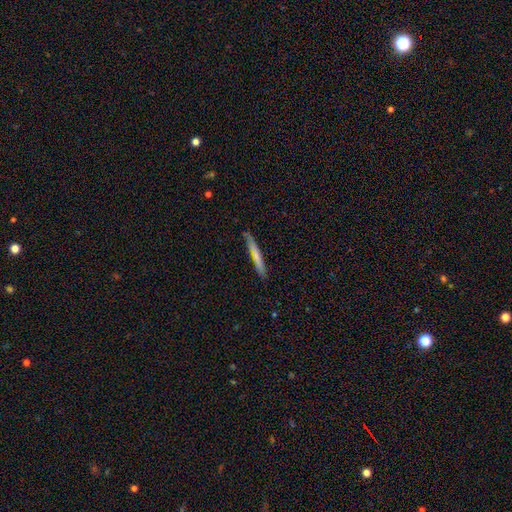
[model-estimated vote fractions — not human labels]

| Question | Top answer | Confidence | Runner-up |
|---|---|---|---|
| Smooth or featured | smooth | 65% | featured or disk (29%) |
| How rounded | cigar-shaped | 96% | in between (3%) |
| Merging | none | 85% | minor disturbance (12%) |